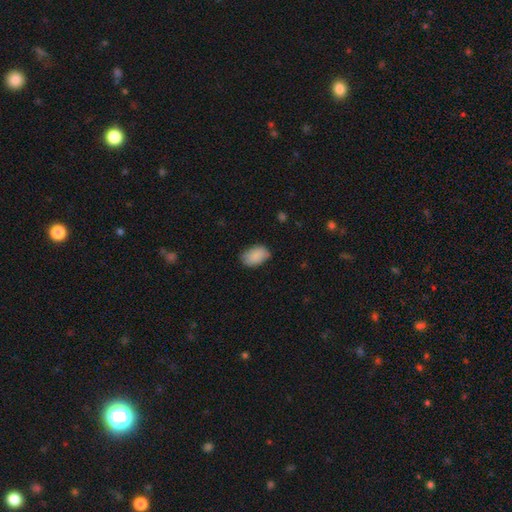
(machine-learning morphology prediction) Overall: smooth (89%). How rounded: in between (89%). Merging: none (76%).